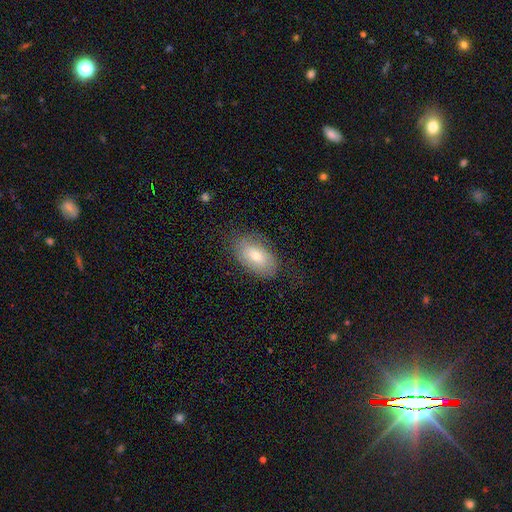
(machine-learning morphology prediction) This appears to be a smooth galaxy with no disk features (65%) that is in between round and cigar-shaped (92%). Merging: none (73%).